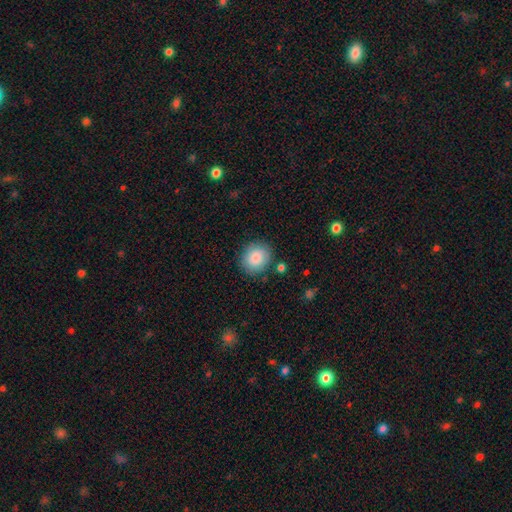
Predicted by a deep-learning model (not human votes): smooth-or-featured: smooth: 86% | star or artifact: 8% | featured or disk: 6%
  how-rounded: round: 77% | in between: 22% | cigar-shaped: 1%
  merging: none: 86% | minor disturbance: 9% | major disturbance: 3% | merger: 2%